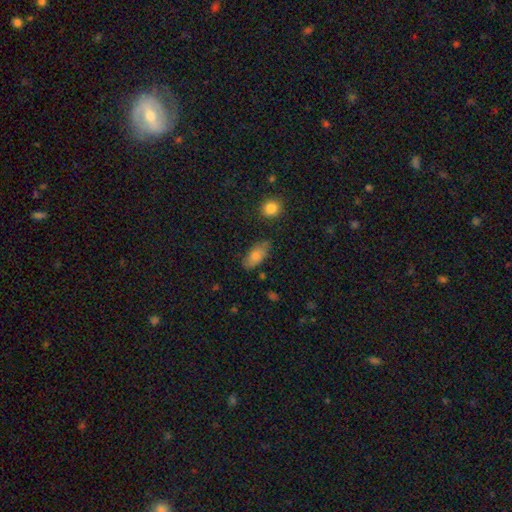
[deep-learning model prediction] Smooth or featured? Predicted: smooth (p=0.75). How rounded? Predicted: in between (p=0.87). Merging? Predicted: none (p=0.77).